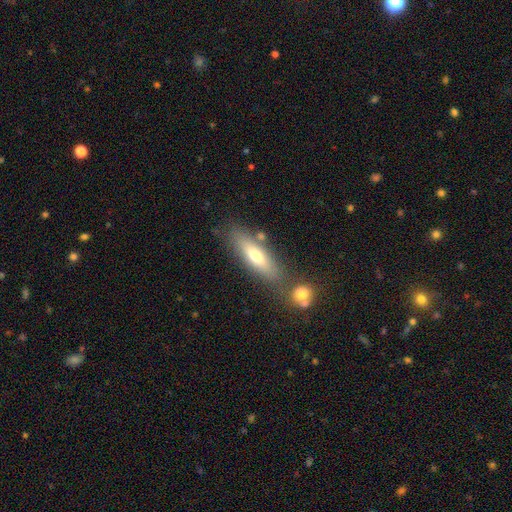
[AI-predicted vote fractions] smooth 60%, featured or disk 33%, star or artifact 7%. Down the decision tree: how rounded — cigar-shaped (58%); merging — none (71%).